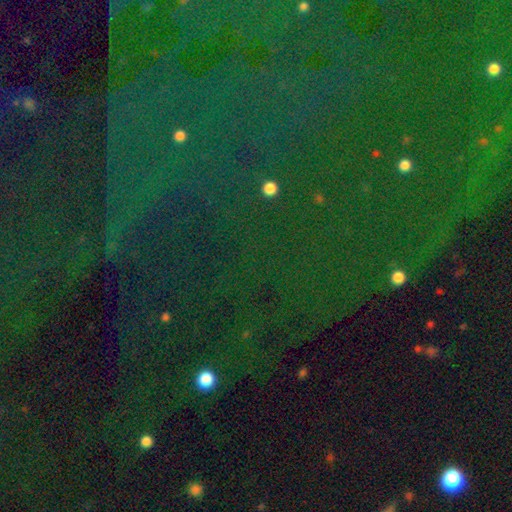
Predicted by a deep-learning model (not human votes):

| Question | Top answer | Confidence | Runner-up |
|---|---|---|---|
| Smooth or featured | star or artifact | 81% | smooth (11%) |